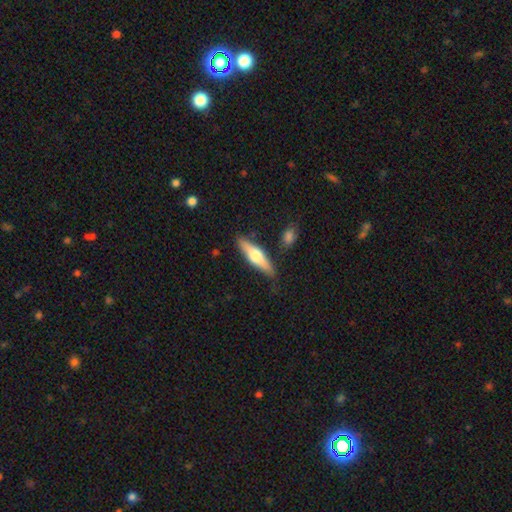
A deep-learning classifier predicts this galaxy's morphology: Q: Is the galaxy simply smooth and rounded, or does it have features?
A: featured or disk — 48%.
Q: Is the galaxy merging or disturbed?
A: none — 80%.